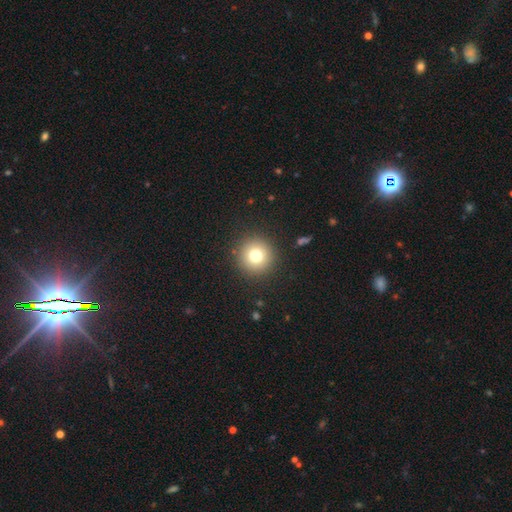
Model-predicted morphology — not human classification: The model was most divided on "smooth or featured": smooth: 76%, star or artifact: 13%, featured or disk: 11%. More confident: how rounded — round (95%); merging — none (91%).